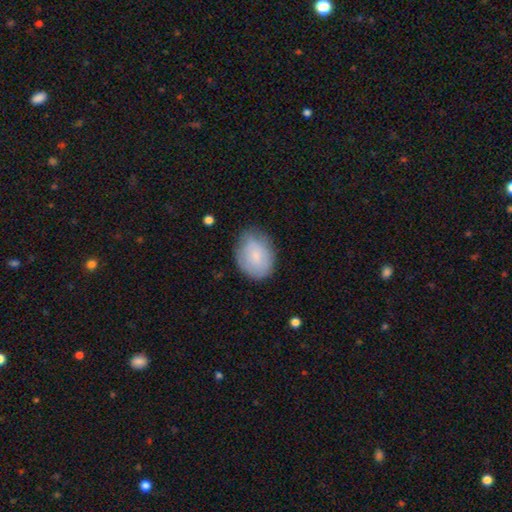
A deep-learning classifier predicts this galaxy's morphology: type=smooth (76%); roundness=in between (69%); merging=none (68%).